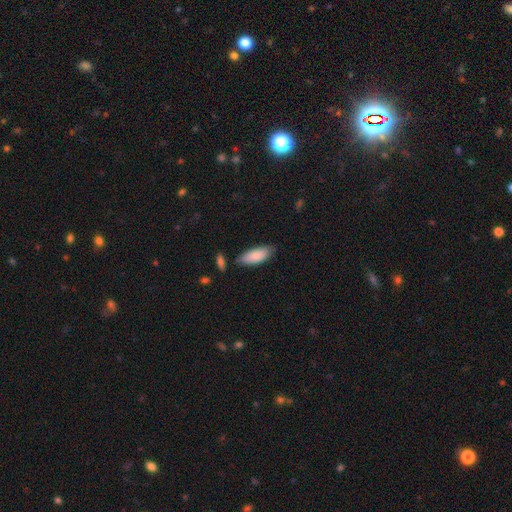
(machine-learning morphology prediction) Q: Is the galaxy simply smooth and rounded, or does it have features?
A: smooth — 88%.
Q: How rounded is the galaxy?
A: in between — 79%.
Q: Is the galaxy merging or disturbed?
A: none — 75%.